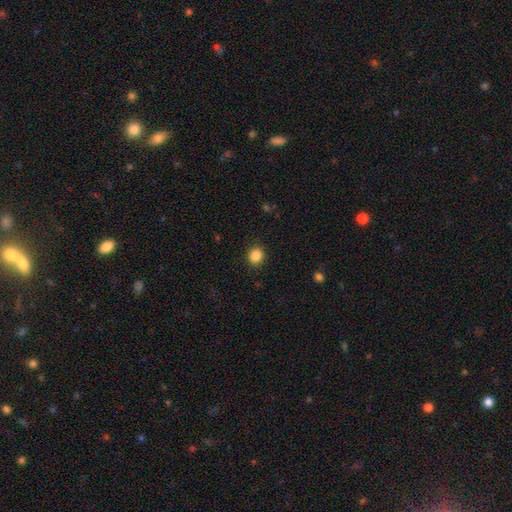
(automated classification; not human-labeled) smooth_or_featured: smooth (p=0.86) [alt: star or artifact p=0.10]
how_rounded: round (p=0.80) [alt: in between p=0.19]
merging: none (p=0.90) [alt: minor disturbance p=0.07]